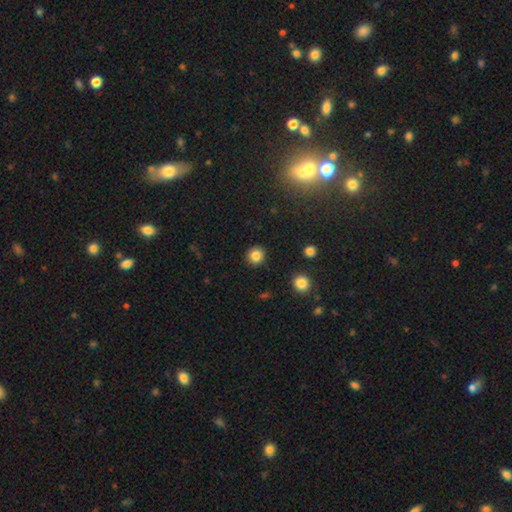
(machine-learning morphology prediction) Smooth or featured: smooth — 84% (star or artifact — 11%)
How rounded: round — 93% (in between — 7%)
Merging: none — 92% (minor disturbance — 5%)